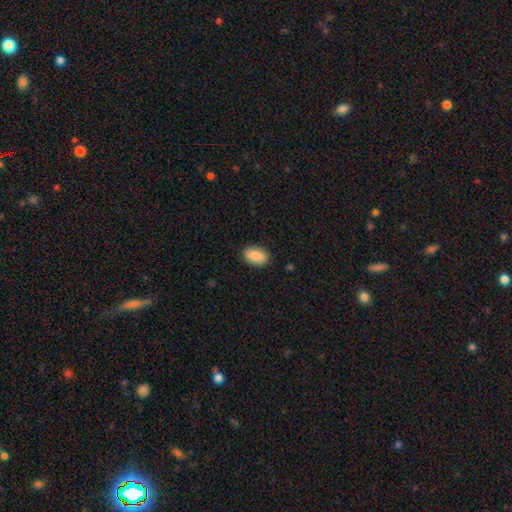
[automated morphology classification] Overall: smooth (86%). How rounded: in between (90%). Merging: none (88%).